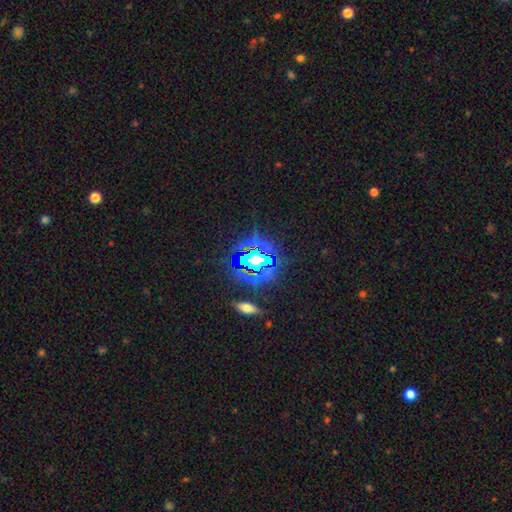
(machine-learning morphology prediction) Q: Smooth or featured?
A: star or artifact (66%); runner-up: smooth (21%)